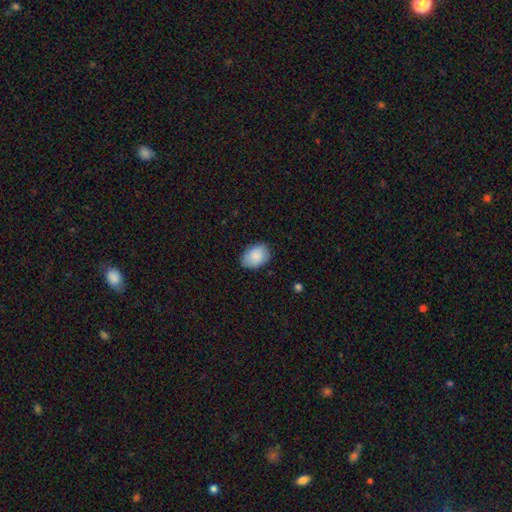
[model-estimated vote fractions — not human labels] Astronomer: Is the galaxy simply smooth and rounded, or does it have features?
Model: smooth — 86%.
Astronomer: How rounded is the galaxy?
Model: in between — 79%.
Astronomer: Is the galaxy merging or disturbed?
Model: none — 77%.